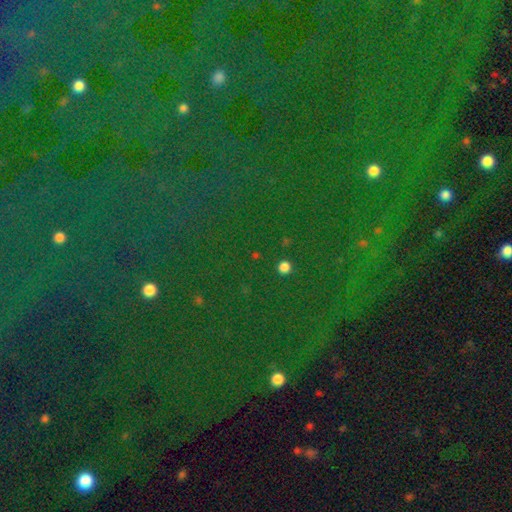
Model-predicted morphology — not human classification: Q: Smooth or featured?
A: star or artifact (84%); runner-up: smooth (9%)